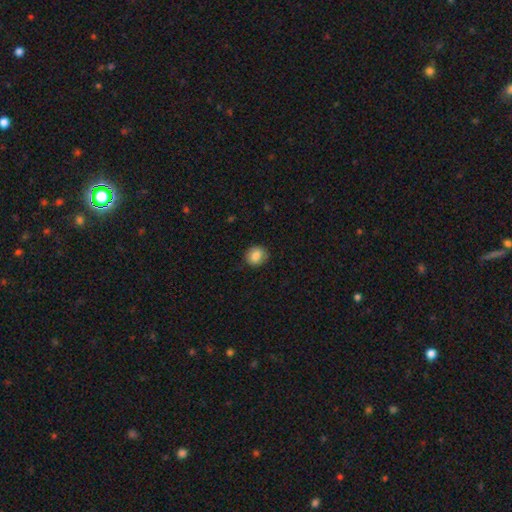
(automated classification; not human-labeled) The model was most divided on "how rounded": round: 72%, in between: 27%, cigar-shaped: 1%. More confident: smooth or featured — smooth (86%); merging — none (84%).